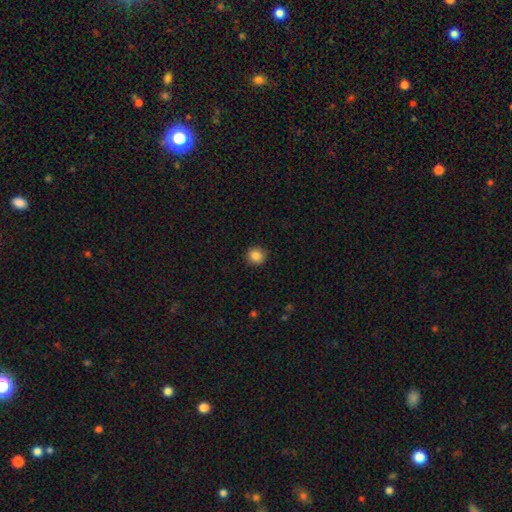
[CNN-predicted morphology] Smooth or featured? Predicted: smooth (p=0.86). How rounded? Predicted: round (p=0.90). Merging? Predicted: none (p=0.90).